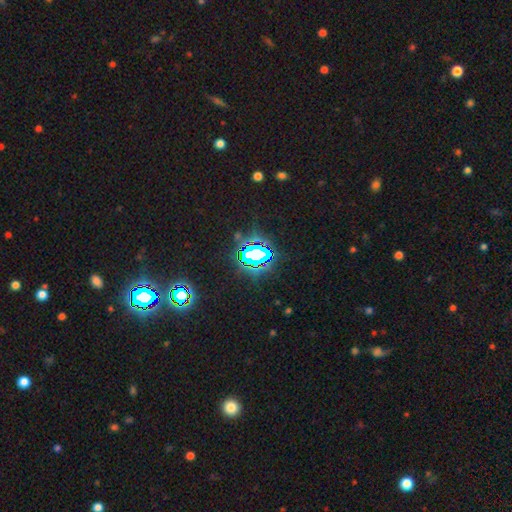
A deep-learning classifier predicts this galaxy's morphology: Smooth or featured? star or artifact (74%)